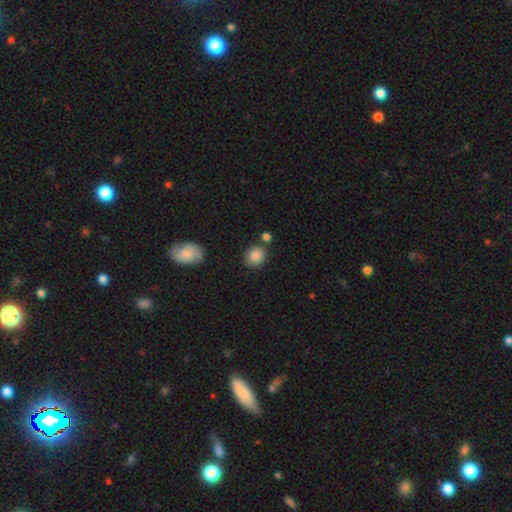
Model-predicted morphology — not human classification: This appears to be a smooth galaxy with no disk features (87%) that is round (77%). Merging: none (77%).